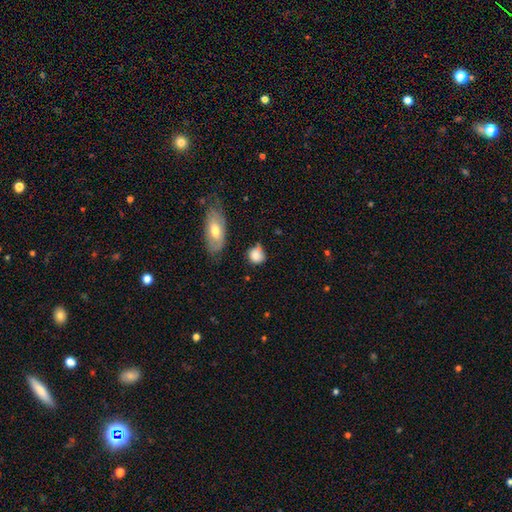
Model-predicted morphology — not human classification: Q: Smooth or featured?
A: smooth (79%); runner-up: featured or disk (12%)
Q: How rounded?
A: round (72%); runner-up: in between (25%)
Q: Merging?
A: none (58%); runner-up: minor disturbance (23%)